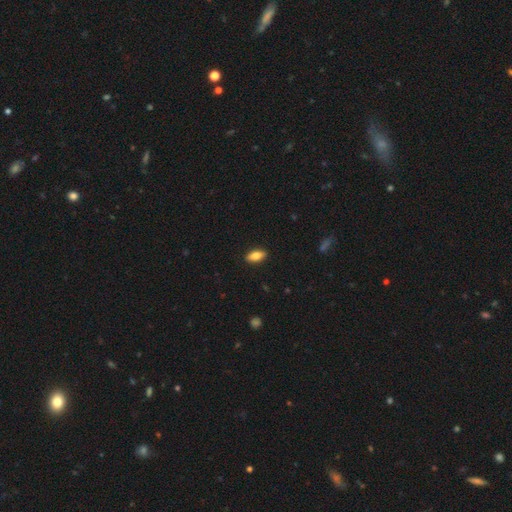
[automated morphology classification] Smooth or featured?
  - smooth: 80% *
  - featured or disk: 13%
  - star or artifact: 7%
How rounded?
  - in between: 84% *
  - cigar-shaped: 13%
  - round: 3%
Merging?
  - none: 89% *
  - minor disturbance: 8%
  - major disturbance: 2%
  - merger: 1%